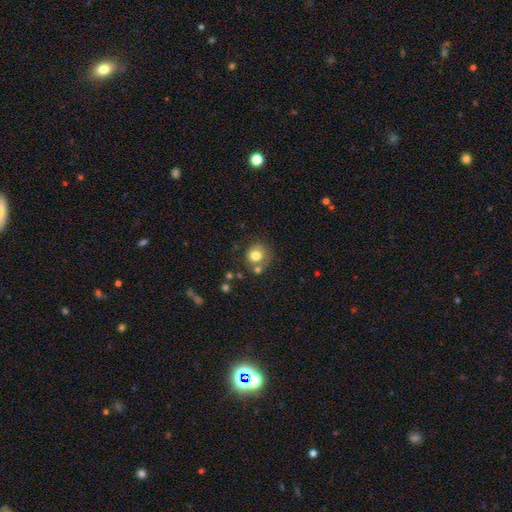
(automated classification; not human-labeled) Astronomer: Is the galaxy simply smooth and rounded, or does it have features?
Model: smooth — 76%.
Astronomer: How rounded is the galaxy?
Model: round — 84%.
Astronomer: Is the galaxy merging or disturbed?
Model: none — 62%.